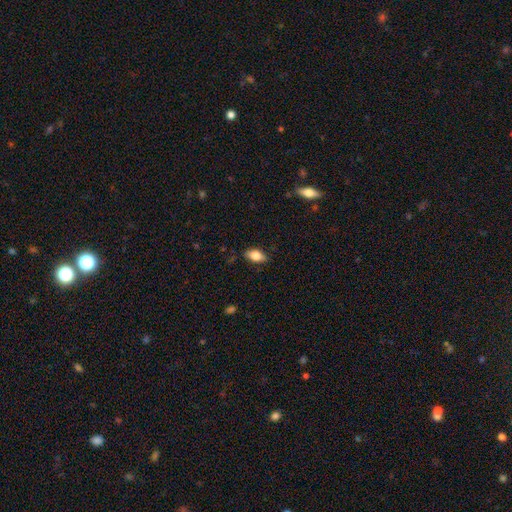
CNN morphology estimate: Smooth or featured: smooth — 80% (featured or disk — 13%)
How rounded: in between — 89% (cigar-shaped — 6%)
Merging: none — 84% (minor disturbance — 13%)